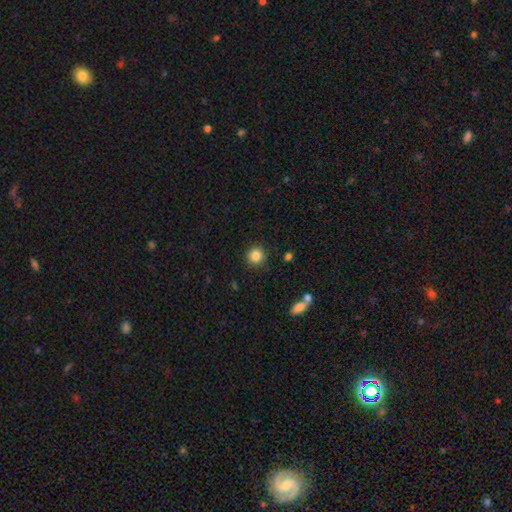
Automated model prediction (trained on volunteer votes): Q: Smooth or featured?
A: smooth (85%); runner-up: star or artifact (10%)
Q: How rounded?
A: round (93%); runner-up: in between (6%)
Q: Merging?
A: none (90%); runner-up: minor disturbance (6%)